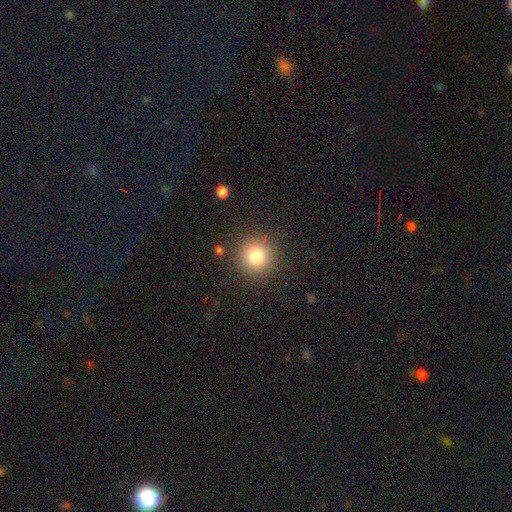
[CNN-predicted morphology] Smooth or featured? Predicted: smooth (p=0.82). How rounded? Predicted: round (p=0.93). Merging? Predicted: none (p=0.87).